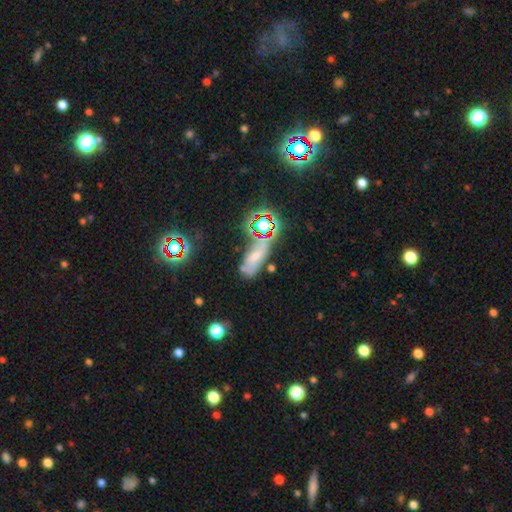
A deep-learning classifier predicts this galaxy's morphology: A smooth galaxy with no disk features (35%).

Vote fractions:
- Smooth or featured? smooth: 35% / featured or disk: 32% / star or artifact: 32%
- Merging? none: 47% / minor disturbance: 24% / major disturbance: 17% / merger: 12%